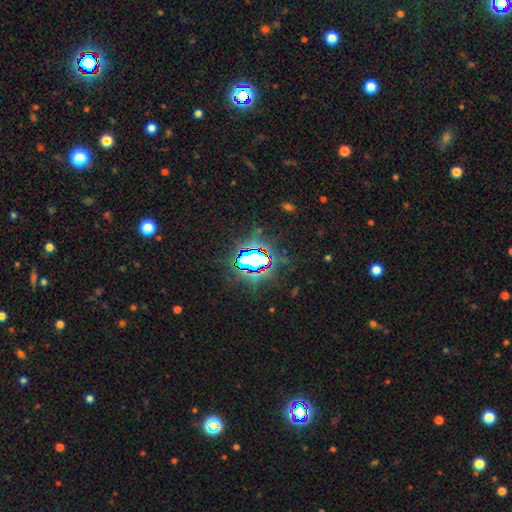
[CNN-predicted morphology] A star or artifact, not a galaxy (76%).